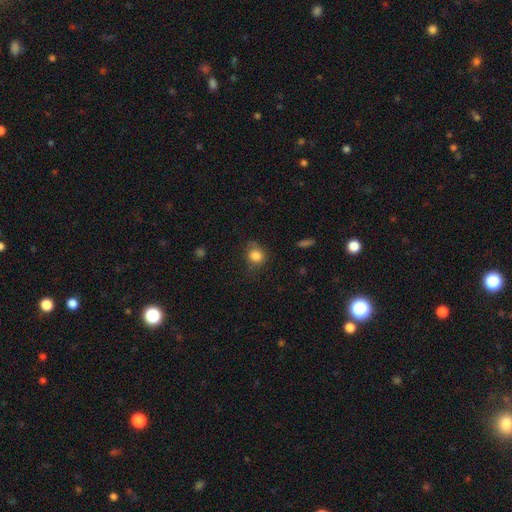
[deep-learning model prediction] Morphology: type=smooth (83%); roundness=round (74%); merging=none (67%).